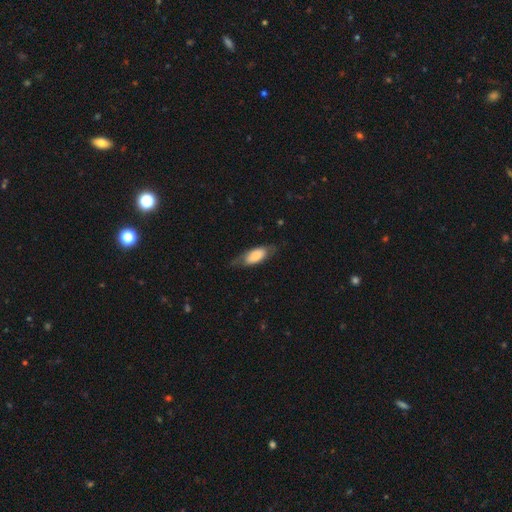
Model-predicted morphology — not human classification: Smooth or featured?
  - smooth: 69% *
  - featured or disk: 25%
  - star or artifact: 6%
How rounded?
  - in between: 79% *
  - cigar-shaped: 19%
  - round: 2%
Merging?
  - none: 65% *
  - minor disturbance: 24%
  - major disturbance: 10%
  - merger: 1%